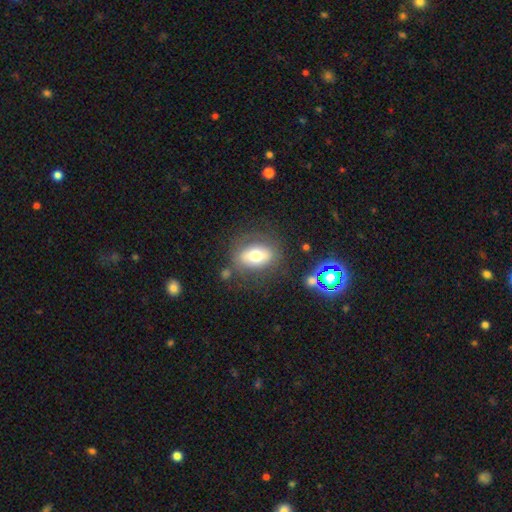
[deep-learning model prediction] Overall: smooth (58%; featured or disk 31%). How rounded: in between (74%). Merging: none (74%).